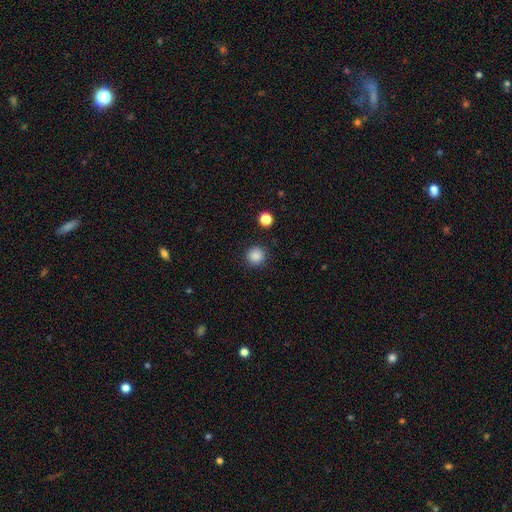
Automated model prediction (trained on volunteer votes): The model was most divided on "smooth or featured": smooth: 87%, star or artifact: 10%, featured or disk: 3%. More confident: how rounded — round (94%); merging — none (90%).